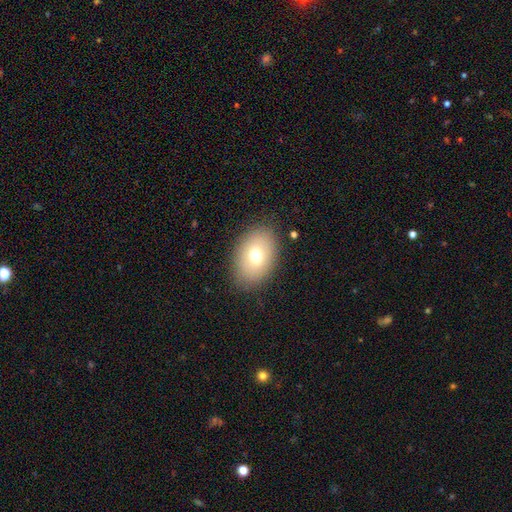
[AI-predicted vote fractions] smooth_or_featured: smooth (p=0.70) [alt: featured or disk p=0.20]
how_rounded: in between (p=0.82) [alt: round p=0.17]
merging: none (p=0.85) [alt: minor disturbance p=0.10]